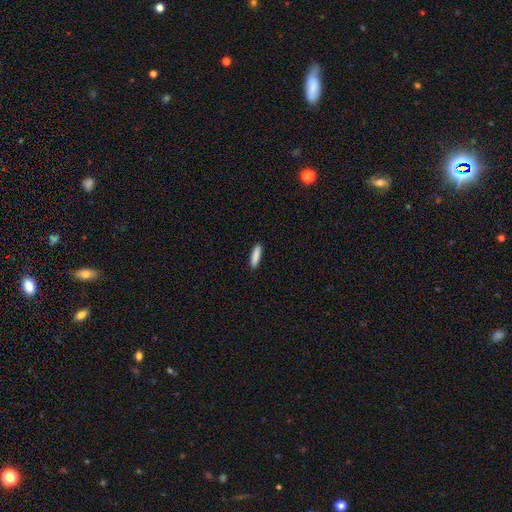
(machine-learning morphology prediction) Overall: smooth (88%). How rounded: cigar-shaped (77%). Merging: none (91%).